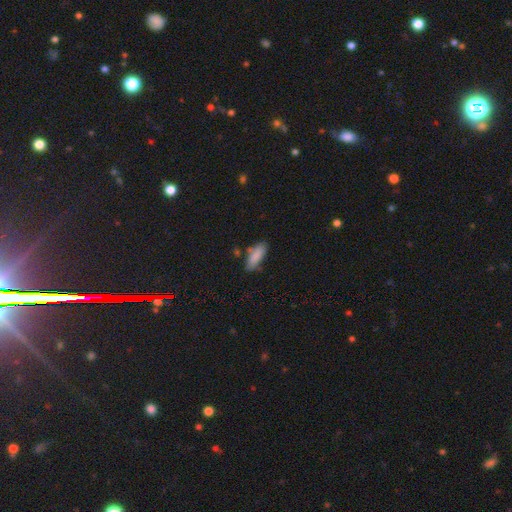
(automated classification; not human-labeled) Smooth or featured? Predicted: smooth (p=0.86). How rounded? Predicted: in between (p=0.70). Merging? Predicted: none (p=0.69).